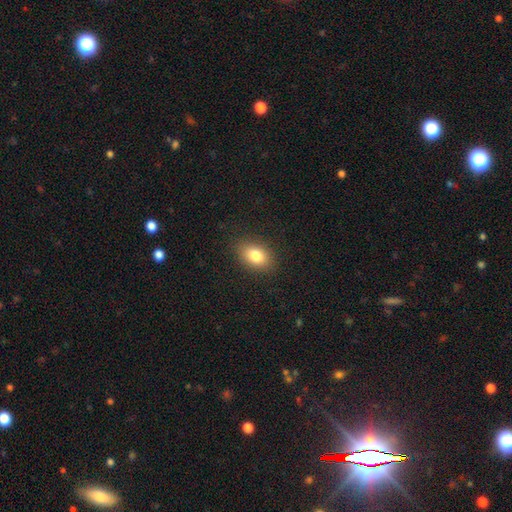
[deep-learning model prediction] A smooth galaxy with no disk features (81%) that is in between round and cigar-shaped (82%). Merging: none (87%).